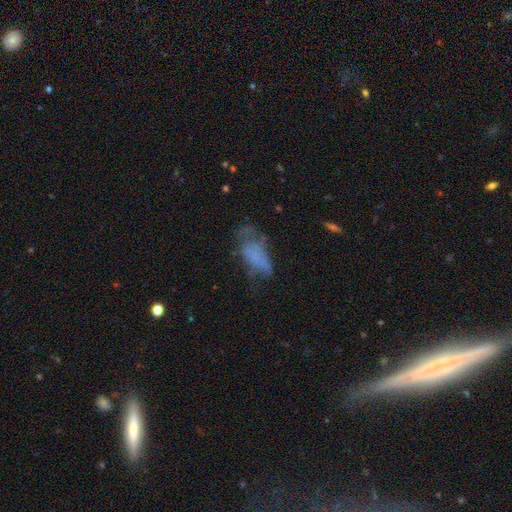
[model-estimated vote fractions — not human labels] Smooth or featured? Predicted: smooth (p=0.52). How rounded? Predicted: in between (p=0.88). Merging? Predicted: major disturbance (p=0.37).